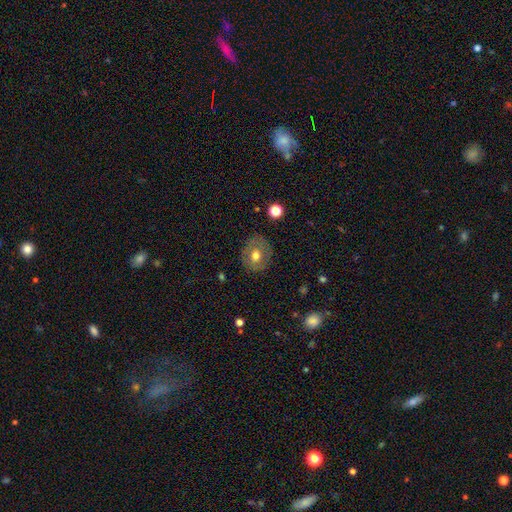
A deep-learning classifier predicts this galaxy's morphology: Q: Smooth or featured?
A: smooth (56%); runner-up: featured or disk (36%)
Q: How rounded?
A: round (68%); runner-up: in between (31%)
Q: Merging?
A: none (80%); runner-up: minor disturbance (13%)